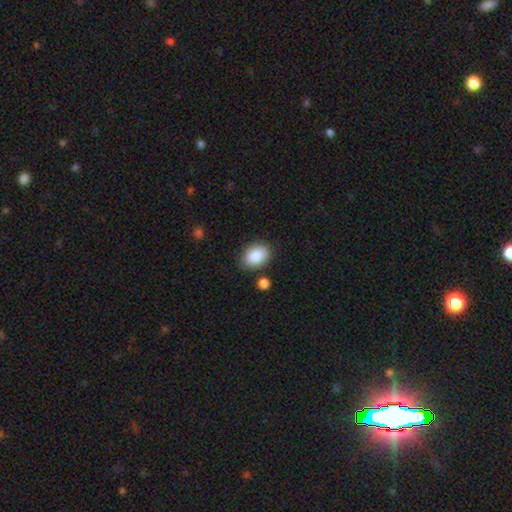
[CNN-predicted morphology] smooth 87%, star or artifact 7%, featured or disk 5%. Down the decision tree: how rounded — in between (77%); merging — none (80%).